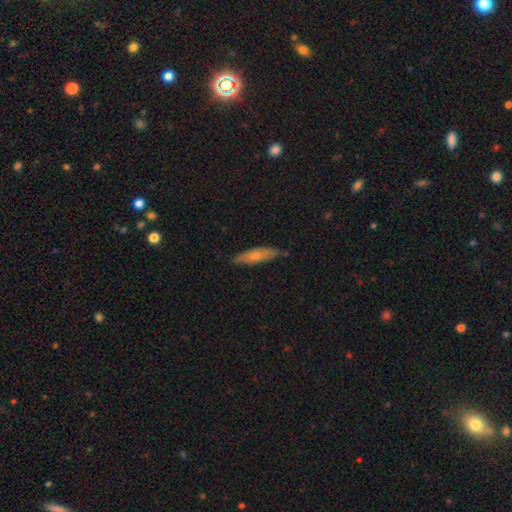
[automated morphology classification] The model was most divided on "how rounded": cigar-shaped: 63%, in between: 35%, round: 2%. More confident: merging — none (75%); smooth or featured — smooth (62%).